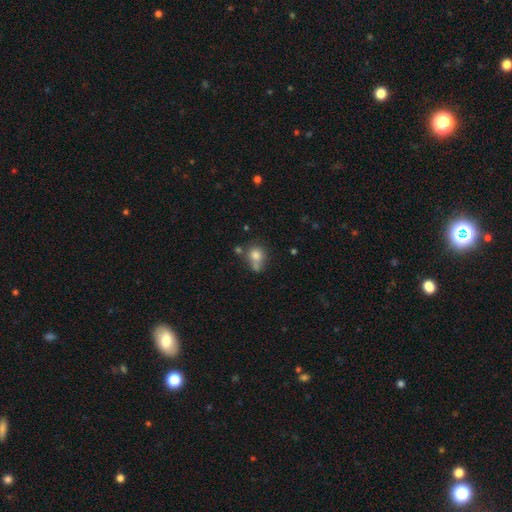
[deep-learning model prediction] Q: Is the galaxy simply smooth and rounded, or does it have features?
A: smooth — 77%.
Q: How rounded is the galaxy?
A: round — 72%.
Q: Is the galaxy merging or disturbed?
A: none — 44%.